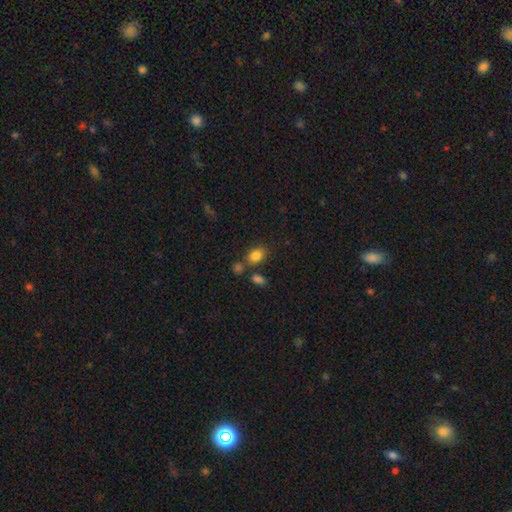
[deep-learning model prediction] This is clearly a smooth galaxy (83%). How rounded: likely in between (72%). Merging: likely none (67%).